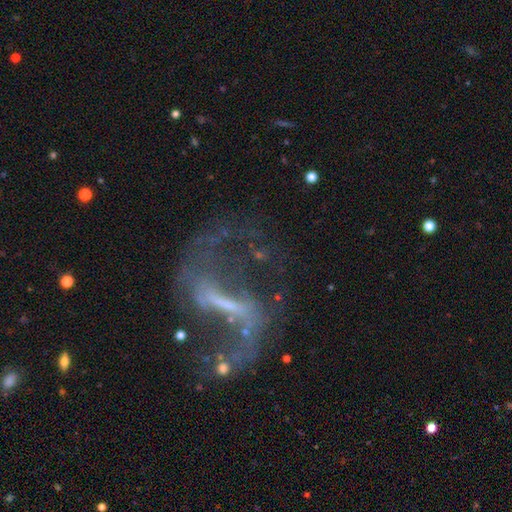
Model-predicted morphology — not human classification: smooth_or_featured: featured or disk (p=0.84) [alt: star or artifact p=0.10]
disk_edge_on: no (p=0.95) [alt: yes p=0.05]
bar: strong (p=0.58) [alt: weak p=0.32]
has_spiral_arms: yes (p=0.89) [alt: no p=0.11]
spiral_winding: loose (p=0.74) [alt: medium p=0.21]
spiral_arm_count: 2 (p=0.91) [alt: can't tell p=0.04]
bulge_size: none (p=0.43) [alt: small p=0.41]
merging: none (p=0.63) [alt: major disturbance p=0.19]